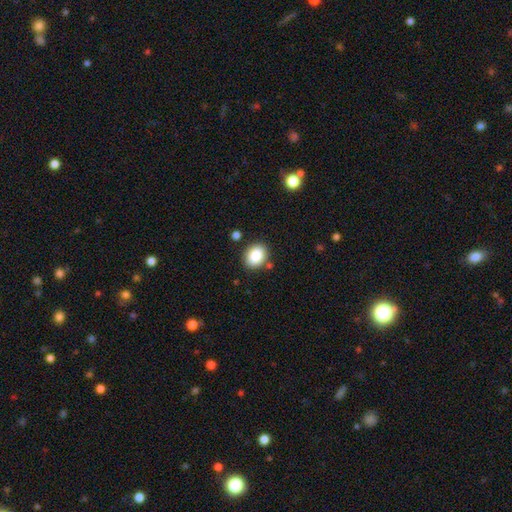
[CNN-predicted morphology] type=smooth (86%); roundness=round (51%); merging=none (84%).